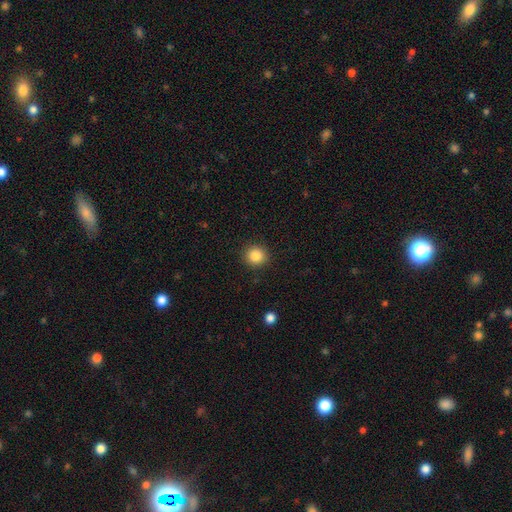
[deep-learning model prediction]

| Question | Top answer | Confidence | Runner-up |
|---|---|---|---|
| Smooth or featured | smooth | 85% | star or artifact (10%) |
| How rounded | round | 92% | in between (7%) |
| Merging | none | 91% | minor disturbance (6%) |